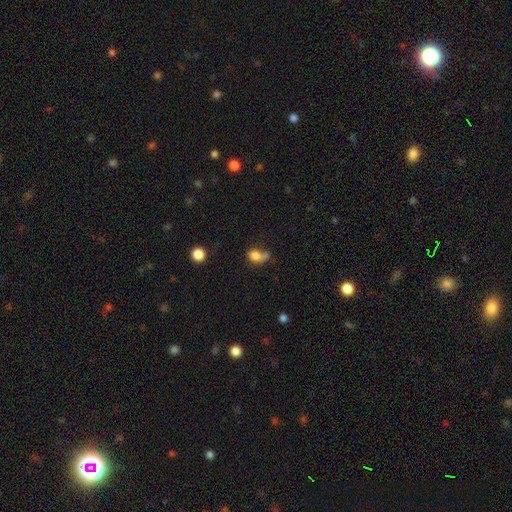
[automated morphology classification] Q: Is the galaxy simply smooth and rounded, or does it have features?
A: smooth — 77%.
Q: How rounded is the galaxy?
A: round — 50%.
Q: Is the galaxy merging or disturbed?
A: none — 33%.